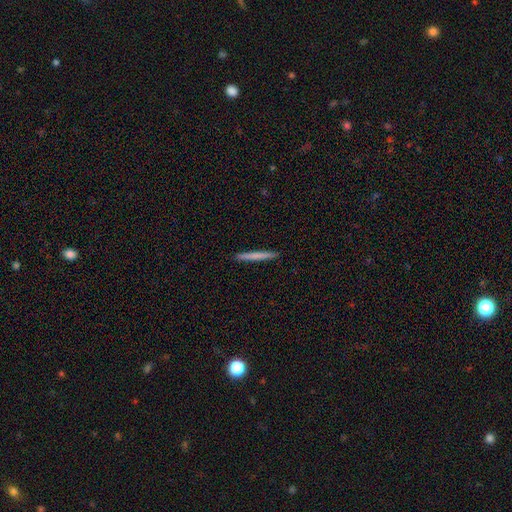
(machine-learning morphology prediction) This appears to be a smooth galaxy with no disk features (71%) that is cigar-shaped (97%). Merging: none (93%).